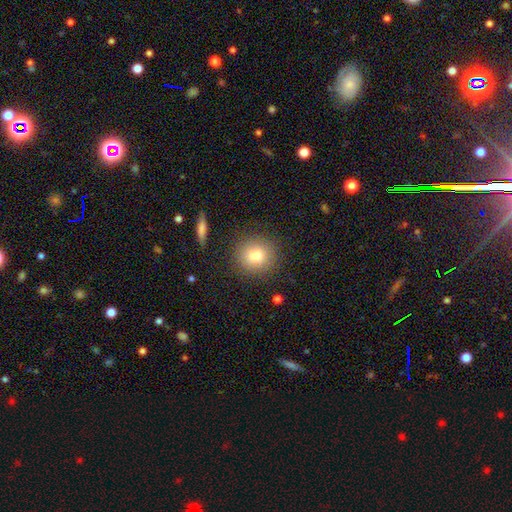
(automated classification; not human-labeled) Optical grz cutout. It shows a smooth galaxy with no disk features (79%) that is round (91%). Merging: none (87%).